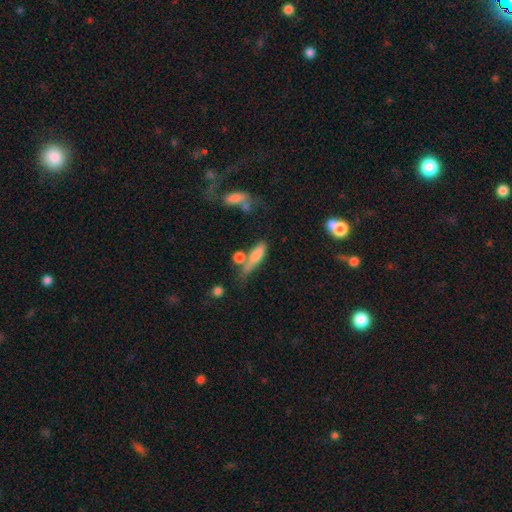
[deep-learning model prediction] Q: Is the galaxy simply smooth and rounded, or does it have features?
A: smooth — 75%.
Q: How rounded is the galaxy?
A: cigar-shaped — 57%.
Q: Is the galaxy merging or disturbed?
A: none — 41%.